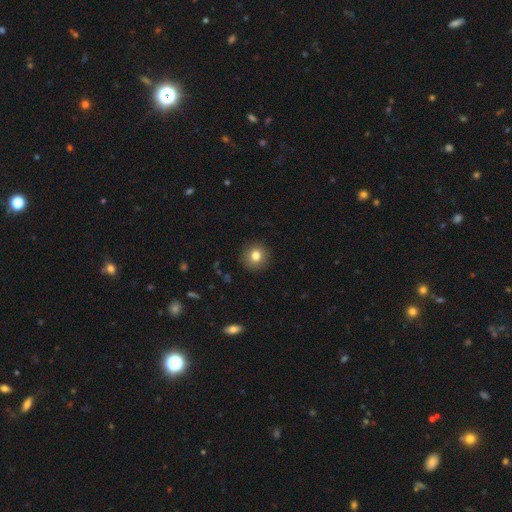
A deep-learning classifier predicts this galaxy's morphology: This appears to be a smooth galaxy with no disk features (81%) that is round (93%). Merging: none (91%).